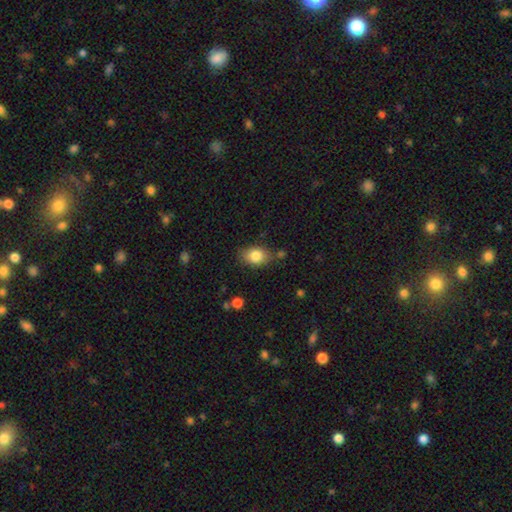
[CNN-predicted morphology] Q: Smooth or featured?
A: smooth (83%); runner-up: star or artifact (8%)
Q: How rounded?
A: in between (74%); runner-up: round (25%)
Q: Merging?
A: none (76%); runner-up: minor disturbance (16%)